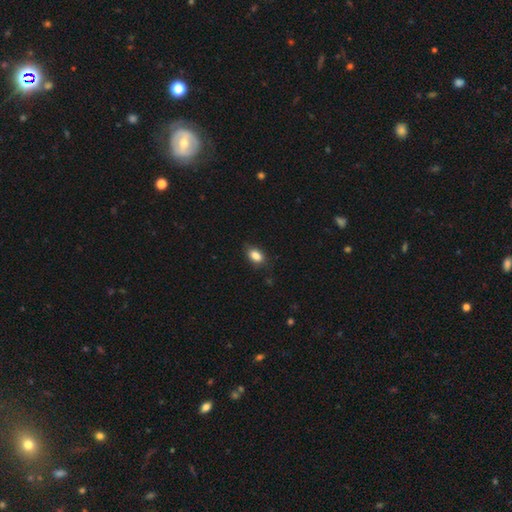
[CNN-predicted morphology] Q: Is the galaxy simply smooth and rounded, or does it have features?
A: smooth — 87%.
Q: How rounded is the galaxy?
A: in between — 88%.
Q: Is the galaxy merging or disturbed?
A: none — 82%.